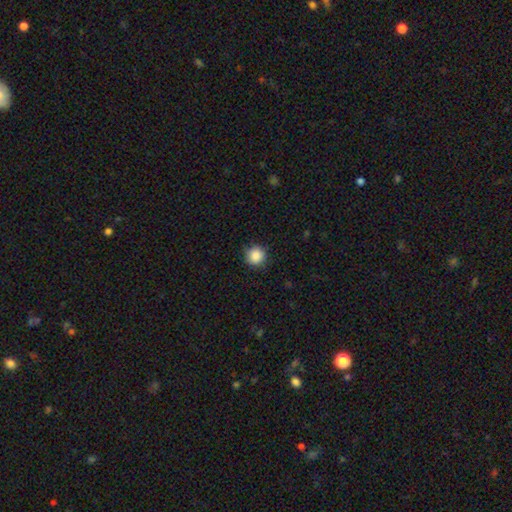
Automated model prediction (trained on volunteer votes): Morphology: type=smooth (87%); roundness=round (94%); merging=none (89%).